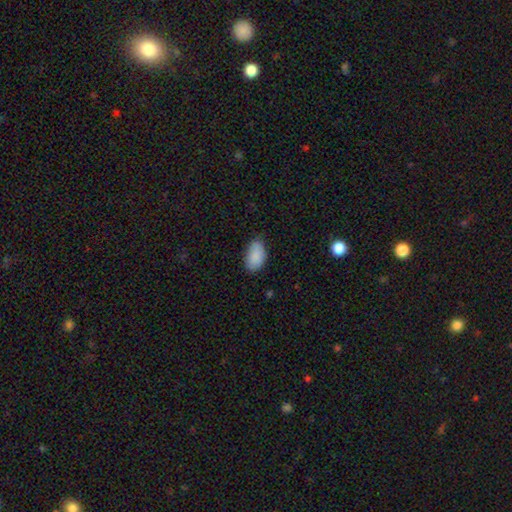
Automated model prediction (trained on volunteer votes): This appears to be a smooth galaxy with no disk features (88%) that is in between round and cigar-shaped (94%). Merging: none (72%).